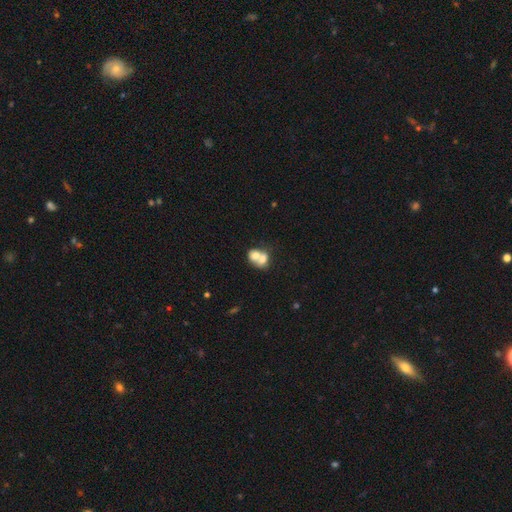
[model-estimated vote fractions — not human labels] Smooth or featured? smooth (66%)
How rounded? in between (59%)
Merging? merger (72%)